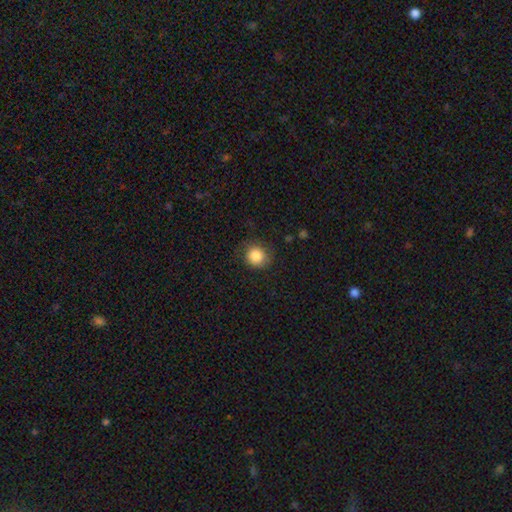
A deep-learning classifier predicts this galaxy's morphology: smooth_or_featured: smooth (p=0.86) [alt: star or artifact p=0.09]
how_rounded: round (p=0.88) [alt: in between p=0.12]
merging: none (p=0.81) [alt: minor disturbance p=0.14]